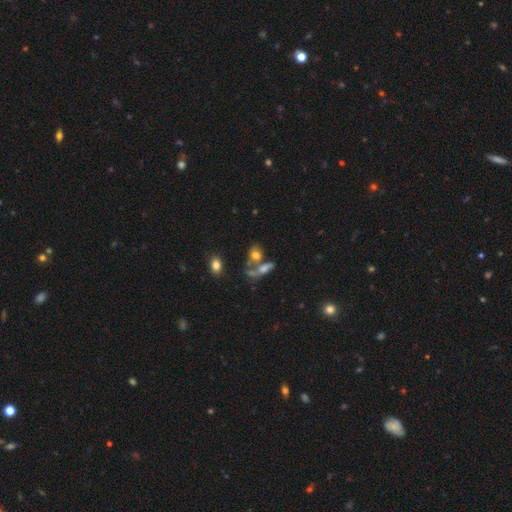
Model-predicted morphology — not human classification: This is likely a smooth galaxy (64%). How rounded: possibly in between (59%). Merging: marginally merger (41%).